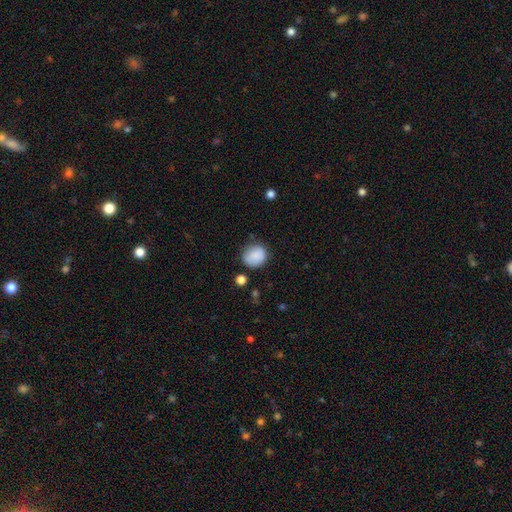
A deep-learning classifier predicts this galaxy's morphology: A smooth galaxy with no disk features (87%) that is round (74%).

Vote fractions:
- Smooth or featured? smooth: 87% / star or artifact: 8% / featured or disk: 5%
- How rounded? round: 74% / in between: 25% / cigar-shaped: 1%
- Merging? none: 75% / minor disturbance: 17% / major disturbance: 4% / merger: 3%